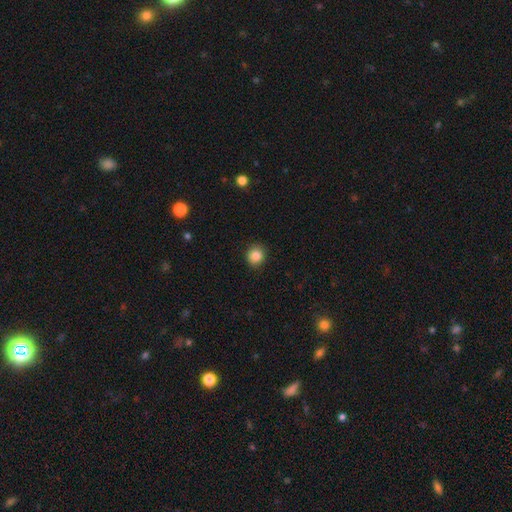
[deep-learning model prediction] The model was most divided on "how rounded": round: 83%, in between: 16%, cigar-shaped: 1%. More confident: merging — none (88%); smooth or featured — smooth (86%).